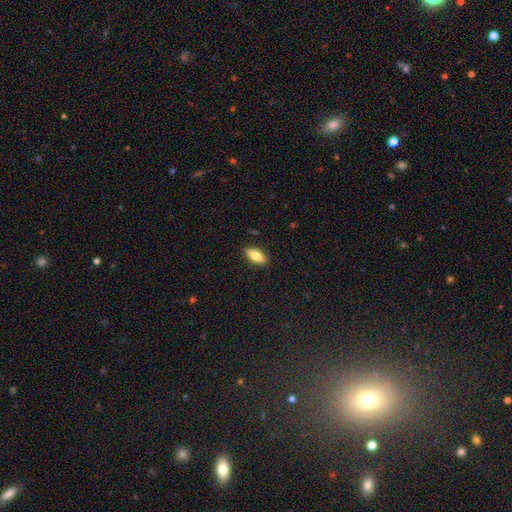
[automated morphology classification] A smooth galaxy with no disk features (73%) that is in between round and cigar-shaped (78%). Merging: none (88%).